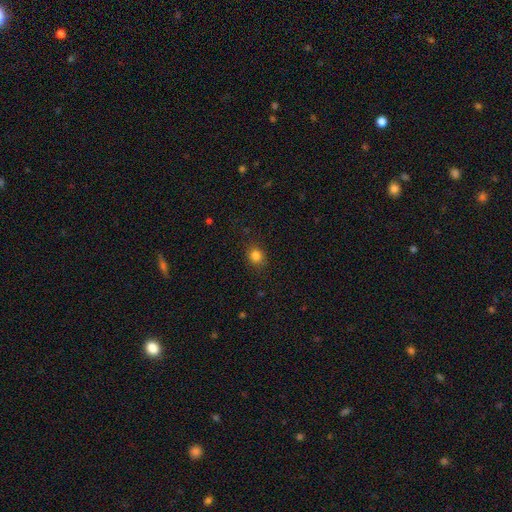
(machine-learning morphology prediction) smooth_or_featured: smooth (p=0.83) [alt: star or artifact p=0.12]
how_rounded: round (p=0.69) [alt: in between p=0.30]
merging: none (p=0.86) [alt: minor disturbance p=0.10]